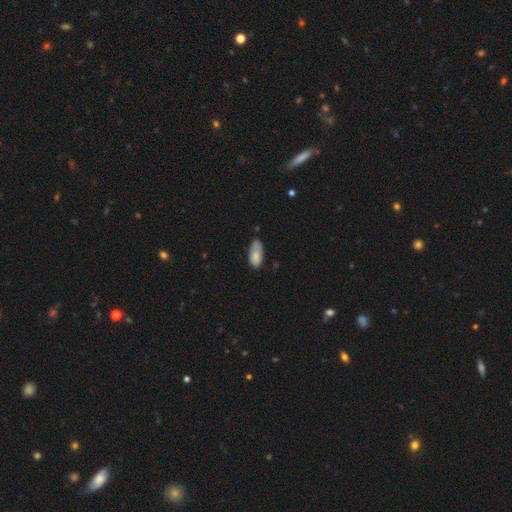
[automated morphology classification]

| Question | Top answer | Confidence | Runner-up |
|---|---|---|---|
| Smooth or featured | smooth | 81% | featured or disk (12%) |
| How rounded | in between | 88% | cigar-shaped (9%) |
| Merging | none | 48% | minor disturbance (38%) |